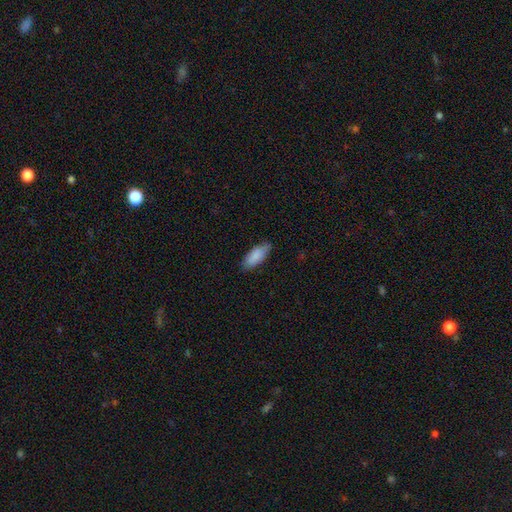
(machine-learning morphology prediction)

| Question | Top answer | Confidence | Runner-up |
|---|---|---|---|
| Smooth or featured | smooth | 86% | featured or disk (8%) |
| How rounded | in between | 77% | cigar-shaped (21%) |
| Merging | none | 79% | minor disturbance (17%) |